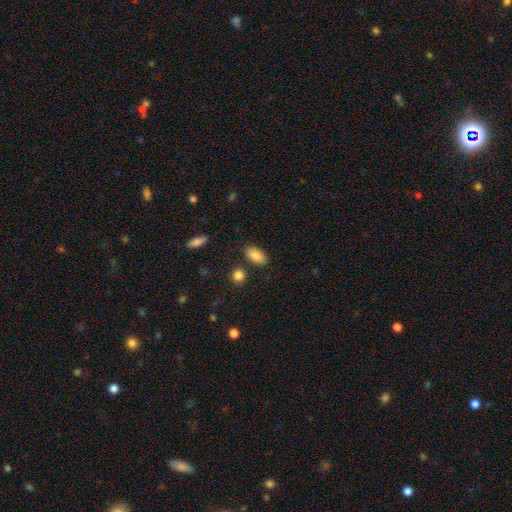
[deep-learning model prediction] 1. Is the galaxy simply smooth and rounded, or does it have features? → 85% smooth, 7% star or artifact, 7% featured or disk.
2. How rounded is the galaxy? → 92% in between, 4% round, 3% cigar-shaped.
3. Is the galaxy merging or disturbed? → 83% none, 10% minor disturbance, 4% merger, 2% major disturbance.